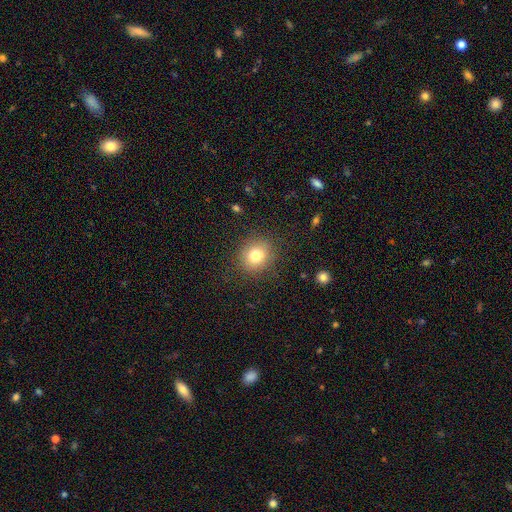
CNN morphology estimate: Smooth or featured: smooth — 77% (star or artifact — 12%)
How rounded: round — 79% (in between — 20%)
Merging: none — 86% (minor disturbance — 9%)